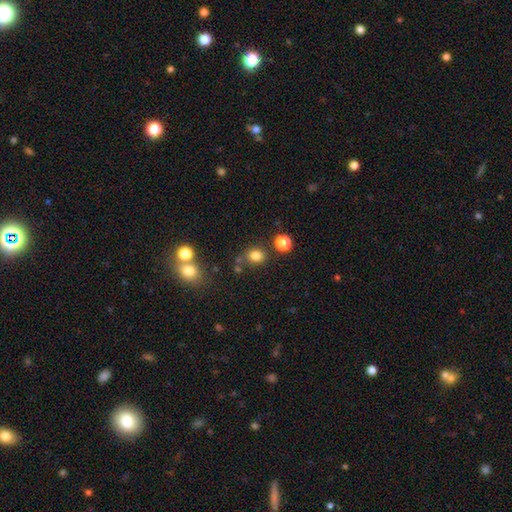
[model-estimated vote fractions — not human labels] This is likely a smooth galaxy (80%). How rounded: likely round (74%). Merging: likely none (75%).